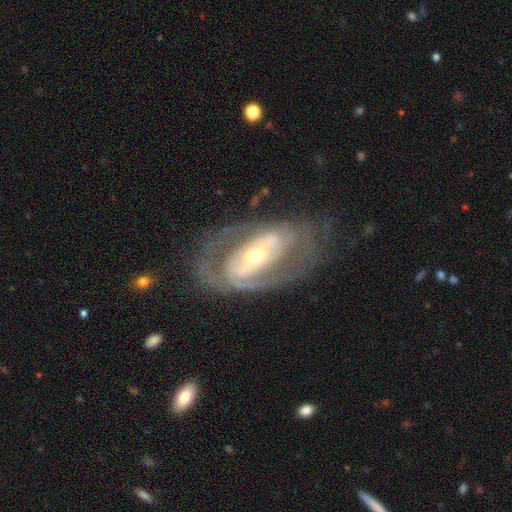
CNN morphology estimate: Smooth or featured? Predicted: featured or disk (p=0.82). Edge-on disk? Predicted: no (p=0.93). Bar? Predicted: strong (p=0.47). Spiral arms? Predicted: yes (p=0.68). Spiral winding? Predicted: tight (p=0.44). Spiral arm count? Predicted: 2 (p=0.67). Bulge size? Predicted: moderate (p=0.51). Merging? Predicted: none (p=0.66).